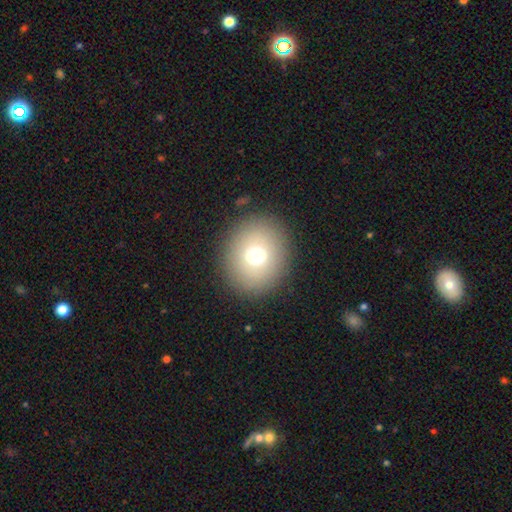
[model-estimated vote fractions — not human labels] Q: Smooth or featured?
A: smooth (70%); runner-up: featured or disk (16%)
Q: How rounded?
A: round (75%); runner-up: in between (24%)
Q: Merging?
A: none (89%); runner-up: minor disturbance (7%)